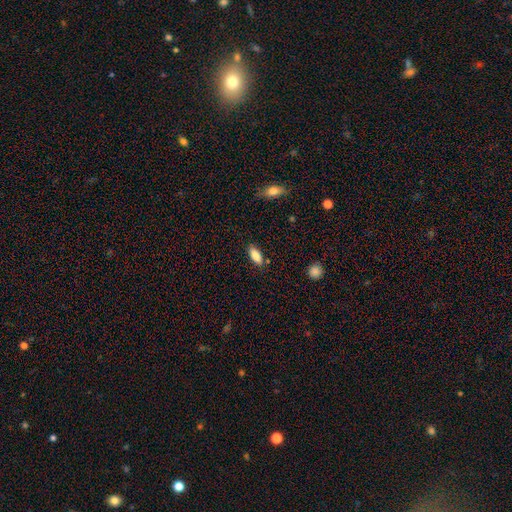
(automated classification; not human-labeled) Overall: smooth (86%). How rounded: in between (80%). Merging: none (84%).